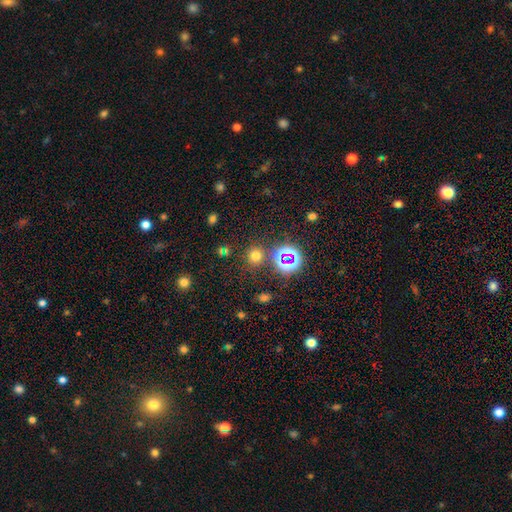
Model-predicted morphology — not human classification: smooth_or_featured: smooth (p=0.66) [alt: star or artifact p=0.28]
how_rounded: round (p=0.92) [alt: in between p=0.07]
merging: none (p=0.84) [alt: minor disturbance p=0.07]